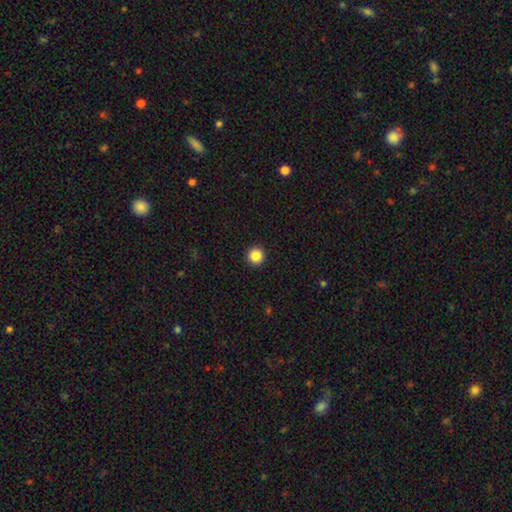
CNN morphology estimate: smooth-or-featured: smooth: 87% | star or artifact: 10% | featured or disk: 3%
  how-rounded: round: 96% | in between: 3% | cigar-shaped: 1%
  merging: none: 94% | minor disturbance: 4% | major disturbance: 1% | merger: 1%